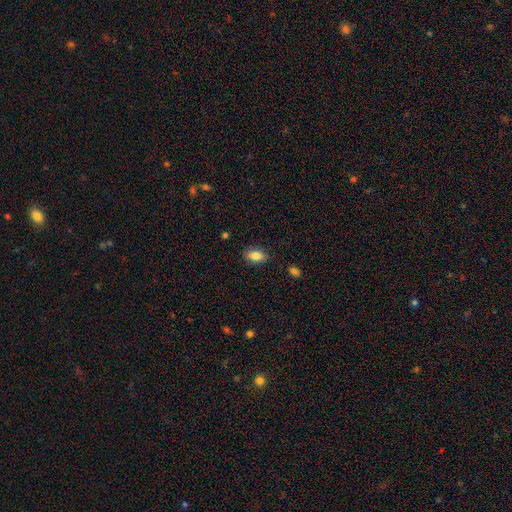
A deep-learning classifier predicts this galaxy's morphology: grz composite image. It shows a smooth galaxy with no disk features (84%) that is in between round and cigar-shaped (89%). Merging: none (84%).